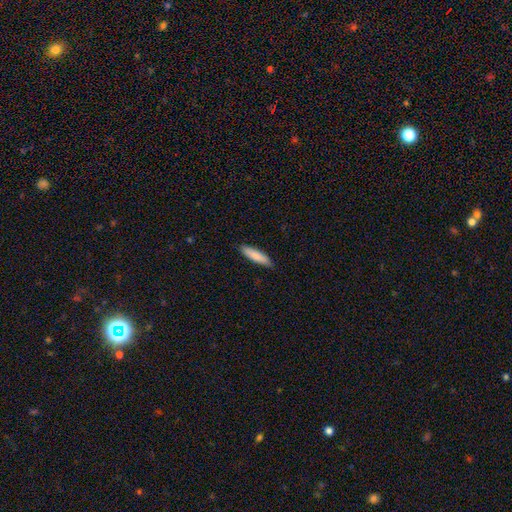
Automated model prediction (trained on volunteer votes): Q: Smooth or featured?
A: smooth (83%); runner-up: featured or disk (11%)
Q: How rounded?
A: cigar-shaped (77%); runner-up: in between (22%)
Q: Merging?
A: none (88%); runner-up: minor disturbance (9%)